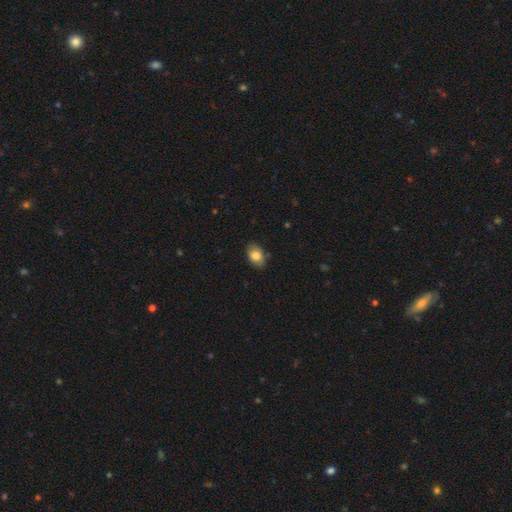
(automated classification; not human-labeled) smooth_or_featured: smooth (p=0.82) [alt: featured or disk p=0.11]
how_rounded: in between (p=0.87) [alt: round p=0.12]
merging: none (p=0.84) [alt: minor disturbance p=0.12]